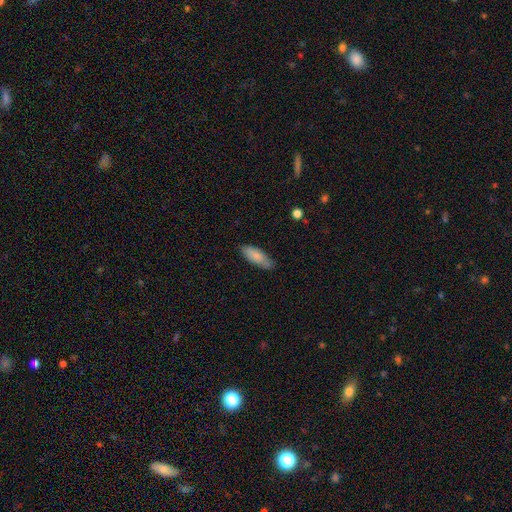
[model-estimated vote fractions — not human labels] Smooth or featured: smooth — 83% (featured or disk — 12%)
How rounded: in between — 66% (cigar-shaped — 33%)
Merging: none — 78% (minor disturbance — 18%)